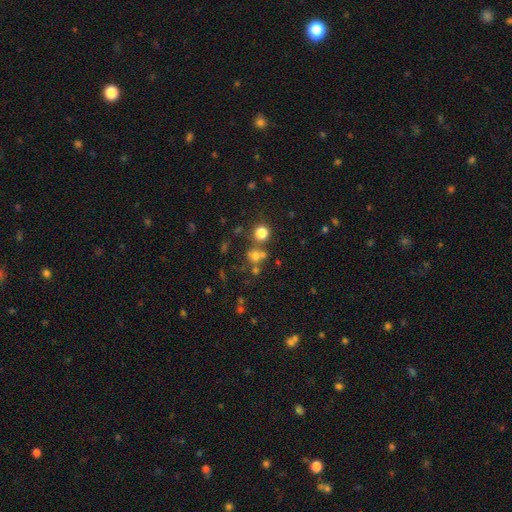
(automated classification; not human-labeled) Smooth or featured? Predicted: smooth (p=0.63). How rounded? Predicted: round (p=0.83). Merging? Predicted: none (p=0.54).